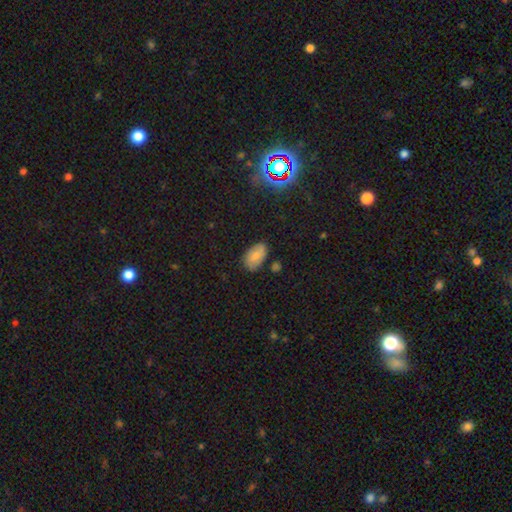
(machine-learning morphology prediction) Q: Smooth or featured?
A: smooth (77%); runner-up: featured or disk (14%)
Q: How rounded?
A: in between (93%); runner-up: round (5%)
Q: Merging?
A: none (75%); runner-up: minor disturbance (18%)